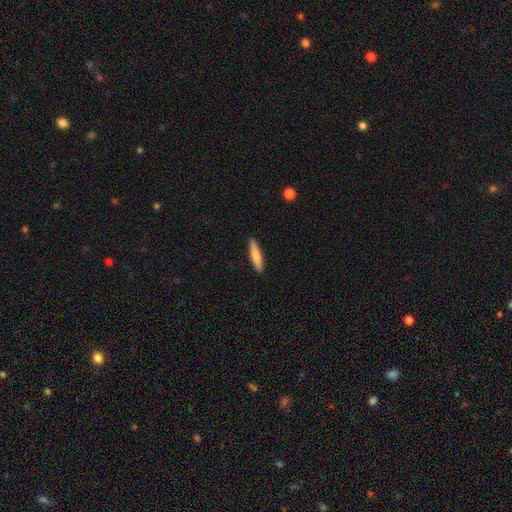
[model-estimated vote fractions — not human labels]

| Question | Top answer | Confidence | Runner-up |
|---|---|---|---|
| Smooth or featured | smooth | 78% | featured or disk (17%) |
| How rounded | cigar-shaped | 86% | in between (12%) |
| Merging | none | 91% | minor disturbance (7%) |